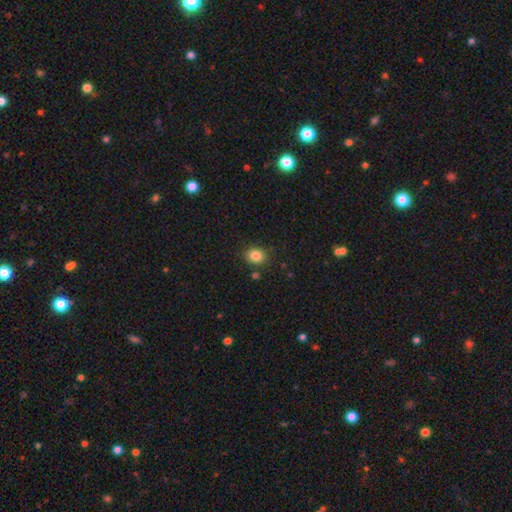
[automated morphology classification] The model was most divided on "how rounded": round: 69%, in between: 30%, cigar-shaped: 1%. More confident: smooth or featured — smooth (84%); merging — none (83%).